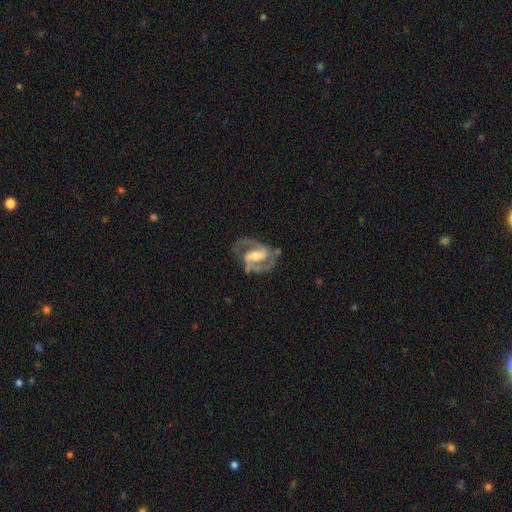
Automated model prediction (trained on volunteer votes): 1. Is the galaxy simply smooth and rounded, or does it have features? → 90% featured or disk, 5% smooth, 5% star or artifact.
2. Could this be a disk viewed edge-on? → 97% no, 3% yes.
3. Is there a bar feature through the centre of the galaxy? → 44% weak, 35% strong, 22% no.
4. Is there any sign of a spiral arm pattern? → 97% yes, 3% no.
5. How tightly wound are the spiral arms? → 61% medium, 24% tight, 15% loose.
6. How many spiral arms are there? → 88% 2, 5% 3, 3% can't tell, 2% 1, 1% 4, 1% more than 4.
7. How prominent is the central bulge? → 65% moderate, 25% small, 8% large, 2% none, 1% dominant.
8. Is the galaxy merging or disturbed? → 72% none, 17% minor disturbance, 8% major disturbance, 2% merger.